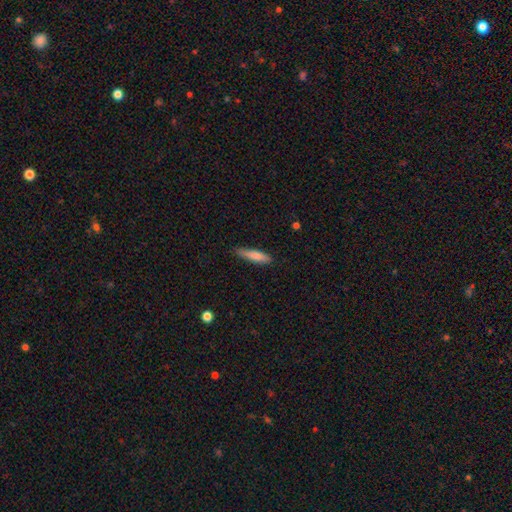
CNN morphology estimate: Smooth or featured: smooth — 79% (featured or disk — 15%)
How rounded: cigar-shaped — 79% (in between — 19%)
Merging: none — 80% (minor disturbance — 16%)